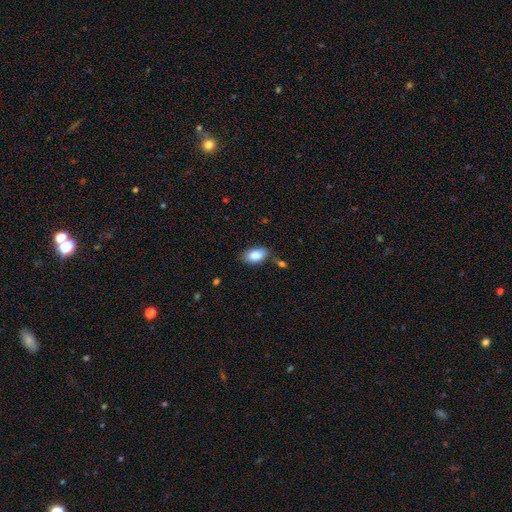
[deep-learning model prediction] Q: Smooth or featured?
A: smooth (84%); runner-up: featured or disk (9%)
Q: How rounded?
A: in between (91%); runner-up: round (7%)
Q: Merging?
A: none (75%); runner-up: minor disturbance (17%)